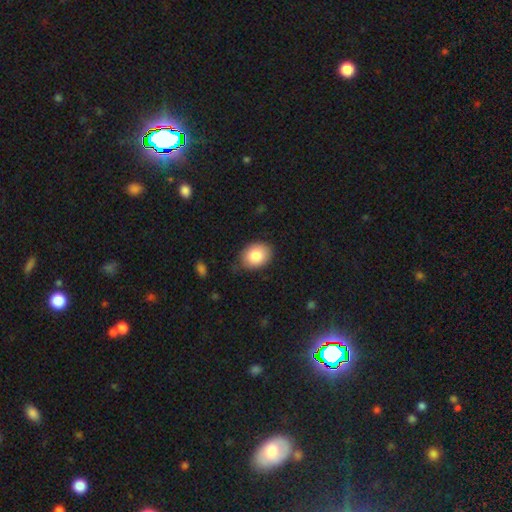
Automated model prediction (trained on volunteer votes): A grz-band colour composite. It shows a smooth galaxy with no disk features (84%) that is in between round and cigar-shaped (64%). Merging: none (79%).